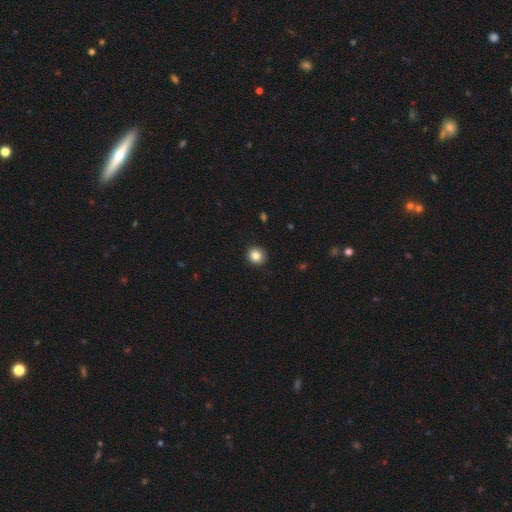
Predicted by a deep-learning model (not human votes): smooth 85%, star or artifact 10%, featured or disk 5%. Down the decision tree: how rounded — round (89%); merging — none (91%).